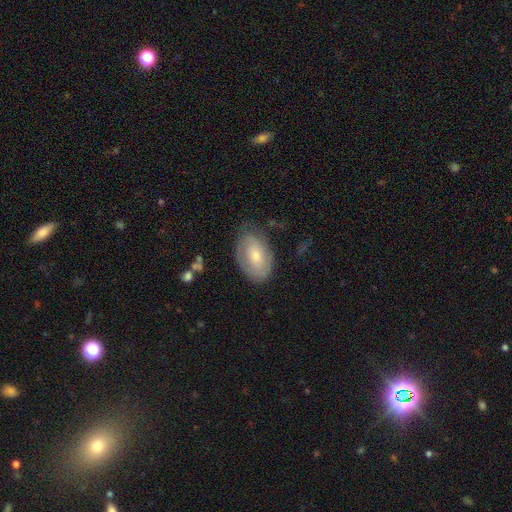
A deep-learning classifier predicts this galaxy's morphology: A smooth galaxy with no disk features (54%) that is in between round and cigar-shaped (89%).

Vote fractions:
- Smooth or featured? smooth: 54% / featured or disk: 38% / star or artifact: 7%
- How rounded? in between: 89% / round: 9% / cigar-shaped: 1%
- Merging? none: 67% / minor disturbance: 23% / major disturbance: 7% / merger: 2%